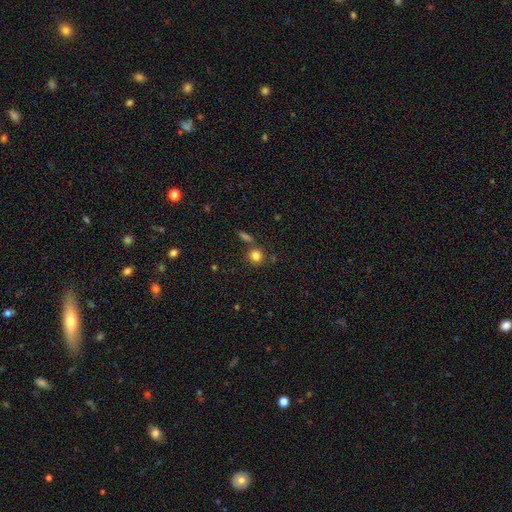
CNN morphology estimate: smooth_or_featured: smooth (p=0.83) [alt: star or artifact p=0.12]
how_rounded: round (p=0.88) [alt: in between p=0.11]
merging: none (p=0.76) [alt: merger p=0.11]